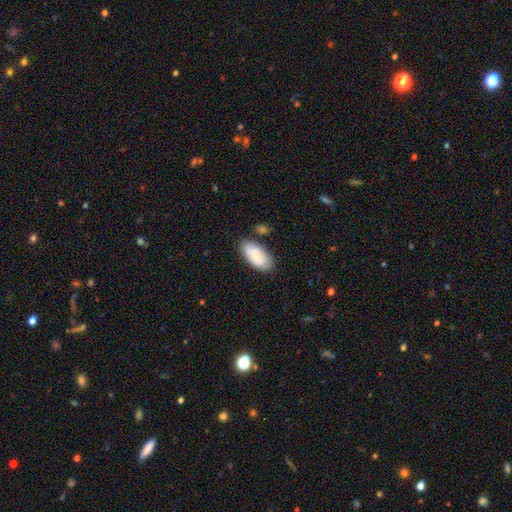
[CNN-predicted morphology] Smooth or featured: smooth — 77% (featured or disk — 16%)
How rounded: in between — 93% (cigar-shaped — 5%)
Merging: none — 69% (minor disturbance — 19%)